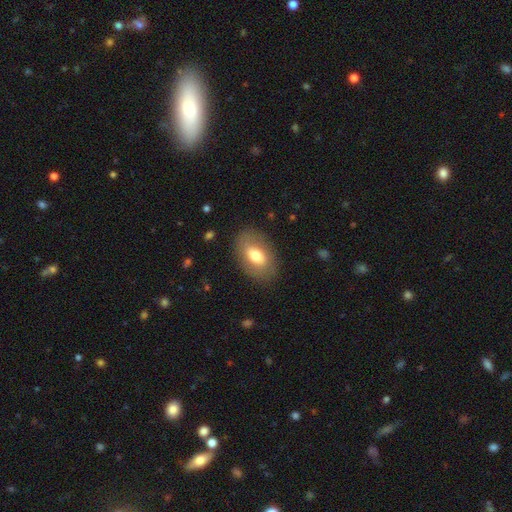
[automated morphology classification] A smooth galaxy with no disk features (69%) that is in between round and cigar-shaped (90%). Merging: none (83%).